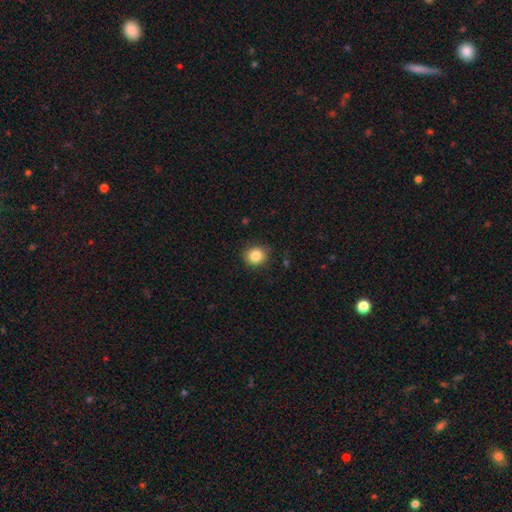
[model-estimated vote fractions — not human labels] Morphology: type=smooth (85%); roundness=round (84%); merging=none (86%).